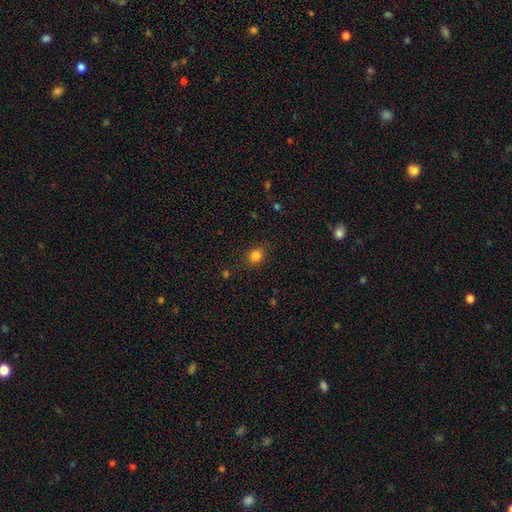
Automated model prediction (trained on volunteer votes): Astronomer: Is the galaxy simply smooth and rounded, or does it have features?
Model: smooth — 82%.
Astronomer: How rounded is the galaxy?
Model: round — 66%.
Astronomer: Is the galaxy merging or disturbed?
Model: none — 83%.